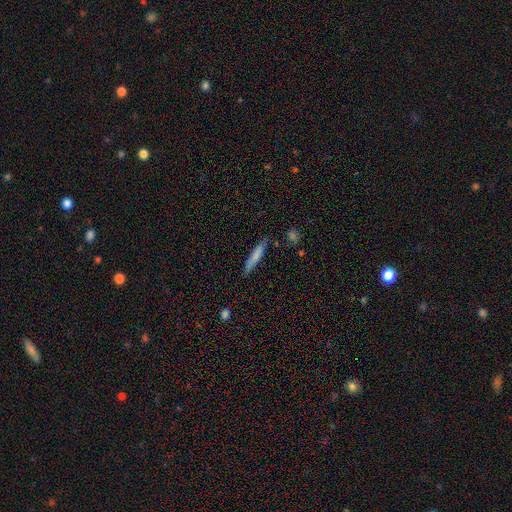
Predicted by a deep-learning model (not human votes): A smooth galaxy with no disk features (74%) that is cigar-shaped (92%). Merging: none (79%).